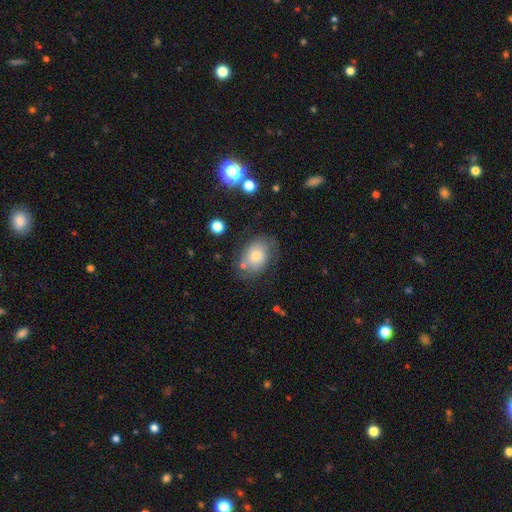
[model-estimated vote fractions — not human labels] smooth 63%, featured or disk 27%, star or artifact 10%. Down the decision tree: how rounded — in between (69%); merging — none (62%).